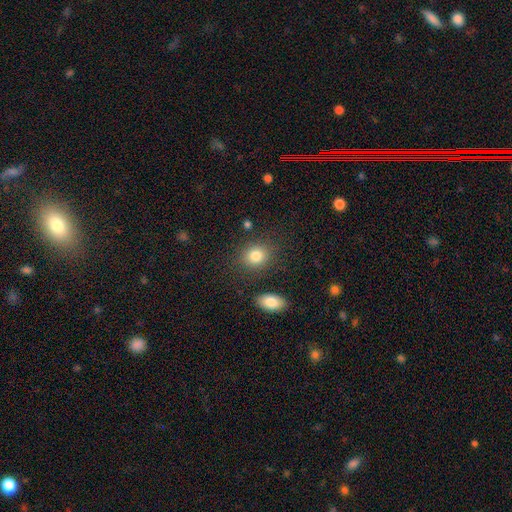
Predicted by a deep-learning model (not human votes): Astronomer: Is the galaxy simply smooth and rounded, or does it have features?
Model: smooth — 83%.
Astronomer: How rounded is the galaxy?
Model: round — 57% (runner-up: in between, 42%).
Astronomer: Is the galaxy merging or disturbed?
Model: none — 81%.